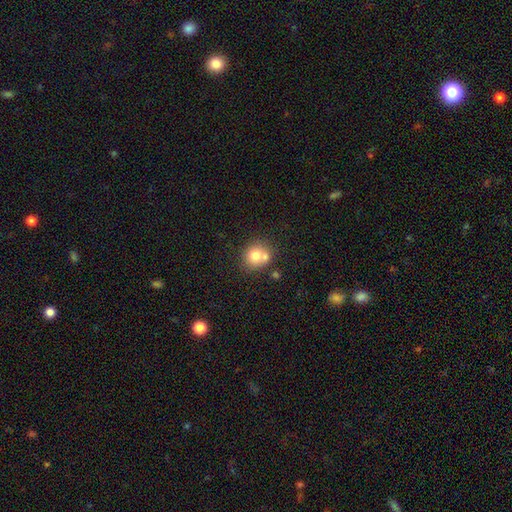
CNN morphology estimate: A smooth galaxy with no disk features (72%) that is round (83%). Merging: none (52%).